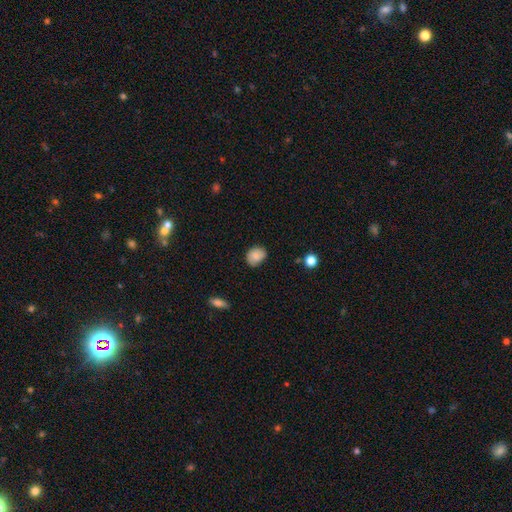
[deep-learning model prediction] This appears to be a smooth galaxy with no disk features (83%) that is round (52%). Merging: none (74%).